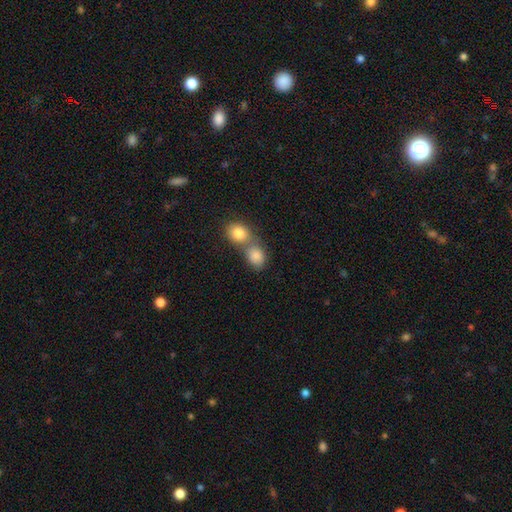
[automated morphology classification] Overall: smooth (83%). How rounded: in between (51%; round 47%). Merging: merger (63%; none 27%).